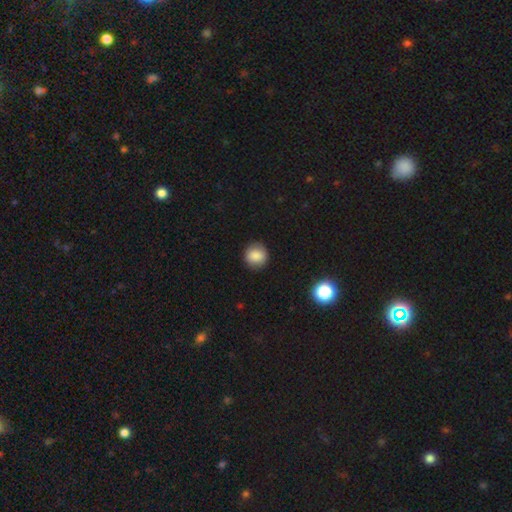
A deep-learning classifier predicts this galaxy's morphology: Overall: smooth (86%). How rounded: round (88%). Merging: none (88%).